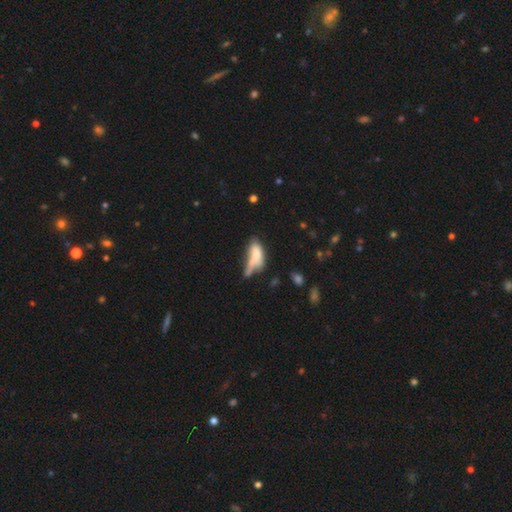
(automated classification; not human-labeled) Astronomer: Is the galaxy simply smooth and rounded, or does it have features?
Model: smooth — 65%.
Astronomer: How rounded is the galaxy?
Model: in between — 74%.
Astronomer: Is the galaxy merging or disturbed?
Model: merger — 37% (runner-up: none, 26%).